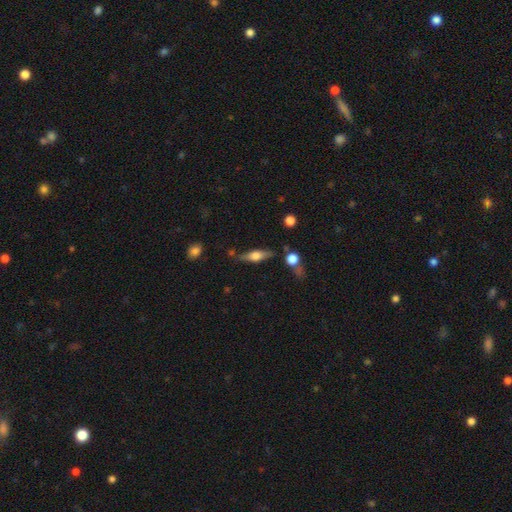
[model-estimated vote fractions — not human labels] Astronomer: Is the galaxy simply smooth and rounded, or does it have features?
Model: featured or disk — 48% (runner-up: smooth, 45%).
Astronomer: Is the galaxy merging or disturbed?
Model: none — 72%.